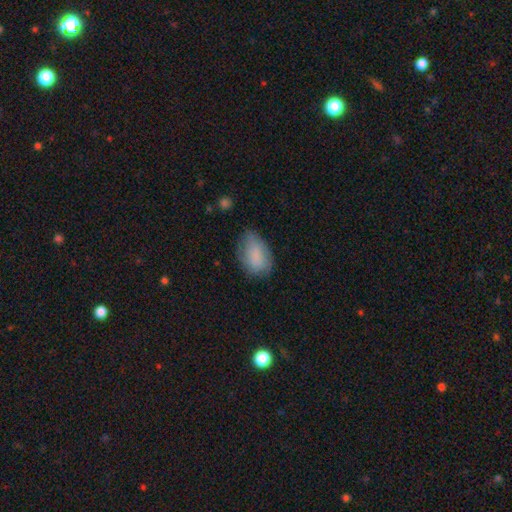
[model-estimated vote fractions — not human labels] This appears to be a smooth galaxy with no disk features (83%) that is in between round and cigar-shaped (87%). Merging: none (62%).